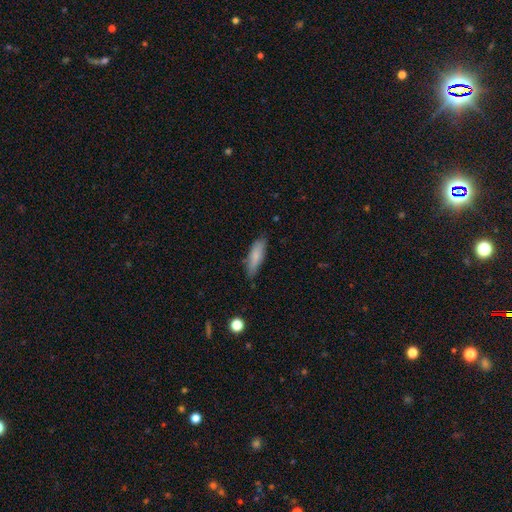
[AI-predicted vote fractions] A smooth galaxy with no disk features (79%) that is cigar-shaped (58%). Merging: none (77%).